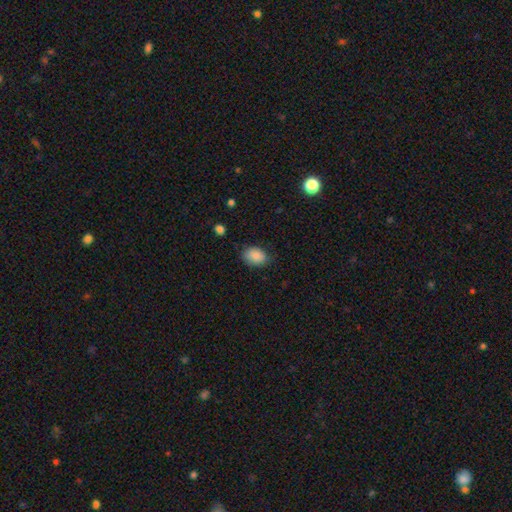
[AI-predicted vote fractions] Morphology: type=smooth (88%); roundness=in between (74%); merging=none (77%).